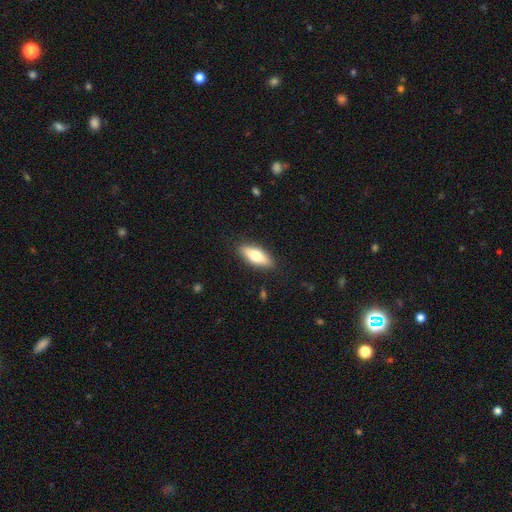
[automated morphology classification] Smooth or featured?
  - smooth: 69% *
  - featured or disk: 25%
  - star or artifact: 6%
How rounded?
  - in between: 70% *
  - cigar-shaped: 27%
  - round: 3%
Merging?
  - none: 88% *
  - minor disturbance: 9%
  - major disturbance: 2%
  - merger: 1%